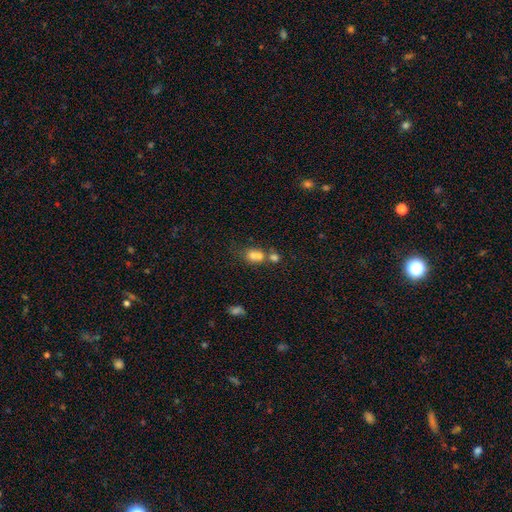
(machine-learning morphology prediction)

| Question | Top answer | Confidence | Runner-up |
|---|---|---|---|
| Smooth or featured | smooth | 70% | featured or disk (17%) |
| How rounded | round | 63% | in between (35%) |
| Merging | merger | 61% | none (28%) |